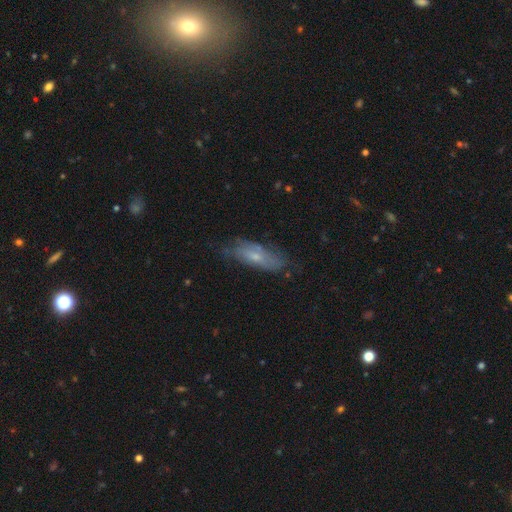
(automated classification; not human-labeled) Q: Smooth or featured?
A: smooth (46%); tied with: featured or disk (46%)
Q: Merging?
A: none (63%); runner-up: minor disturbance (26%)